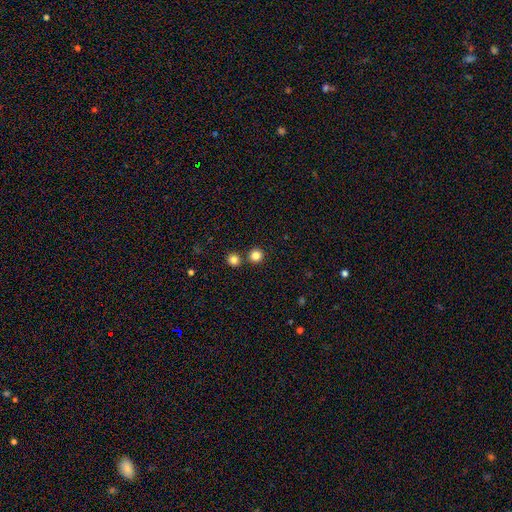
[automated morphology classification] smooth 83%, star or artifact 13%, featured or disk 4%. Down the decision tree: how rounded — round (94%); merging — none (82%).